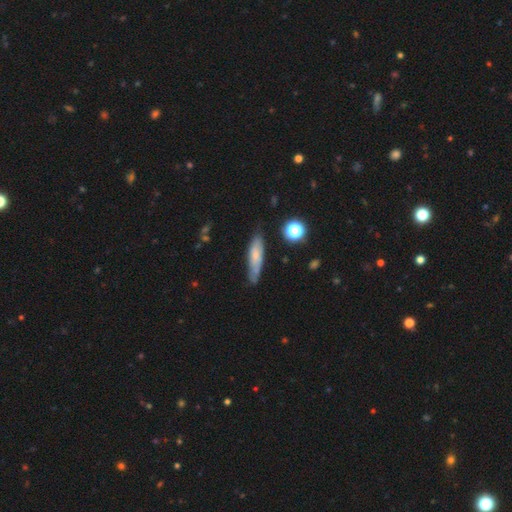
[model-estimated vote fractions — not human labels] Smooth or featured?
  - smooth: 61% *
  - featured or disk: 31%
  - star or artifact: 9%
How rounded?
  - cigar-shaped: 67% *
  - in between: 31%
  - round: 2%
Merging?
  - none: 64% *
  - minor disturbance: 26%
  - major disturbance: 6%
  - merger: 3%